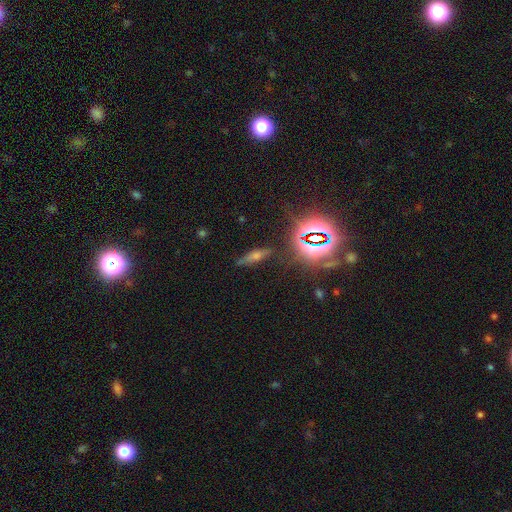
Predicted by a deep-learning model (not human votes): Morphology: type=star or artifact (35%).